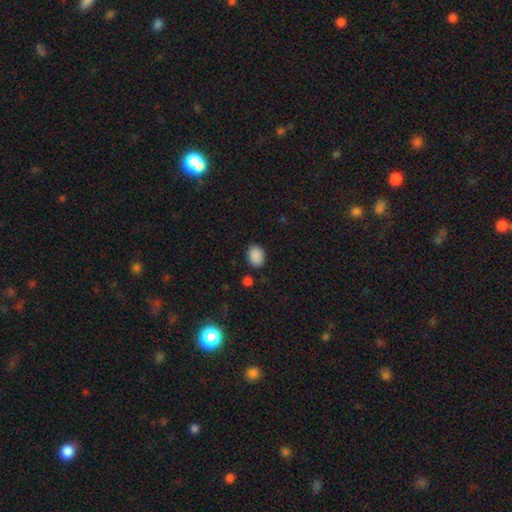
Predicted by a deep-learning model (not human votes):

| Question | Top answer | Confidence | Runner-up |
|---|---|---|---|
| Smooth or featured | smooth | 88% | star or artifact (9%) |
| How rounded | in between | 64% | round (35%) |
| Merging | none | 83% | minor disturbance (12%) |